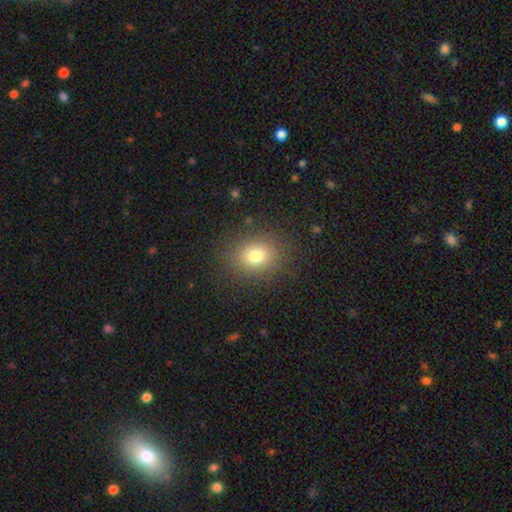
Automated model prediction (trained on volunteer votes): Smooth or featured? Predicted: smooth (p=0.76). How rounded? Predicted: round (p=0.62). Merging? Predicted: none (p=0.86).